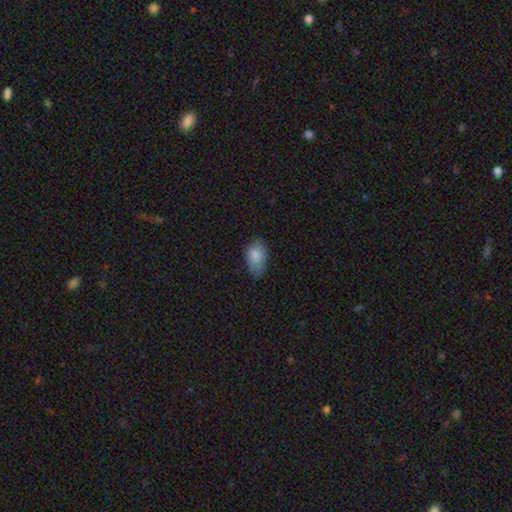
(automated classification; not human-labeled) Overall: smooth (85%). How rounded: in between (91%). Merging: none (67%; minor disturbance 27%).